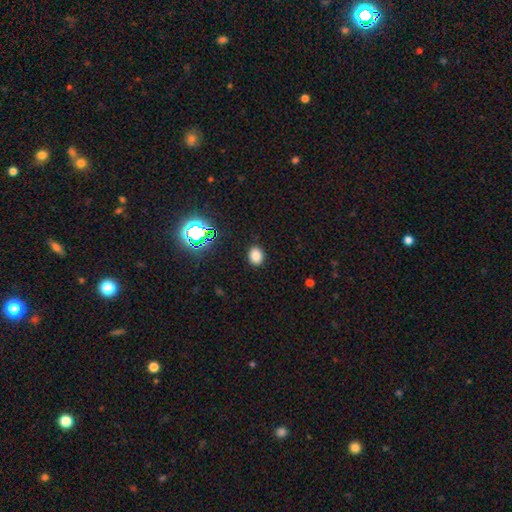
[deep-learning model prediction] Smooth or featured? Predicted: smooth (p=0.79). How rounded? Predicted: in between (p=0.50). Merging? Predicted: none (p=0.89).